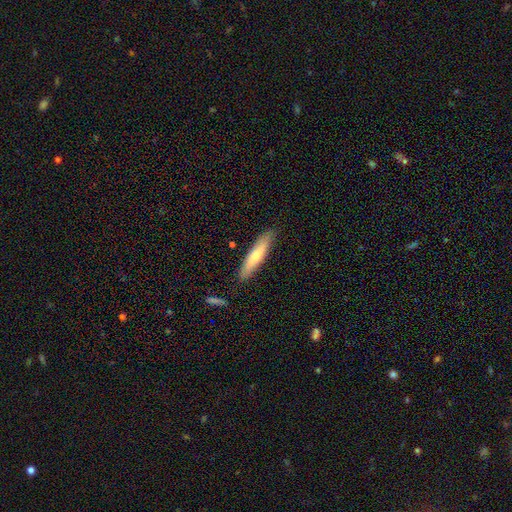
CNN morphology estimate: Q: Smooth or featured?
A: smooth (66%); runner-up: featured or disk (29%)
Q: How rounded?
A: cigar-shaped (83%); runner-up: in between (15%)
Q: Merging?
A: none (86%); runner-up: minor disturbance (10%)